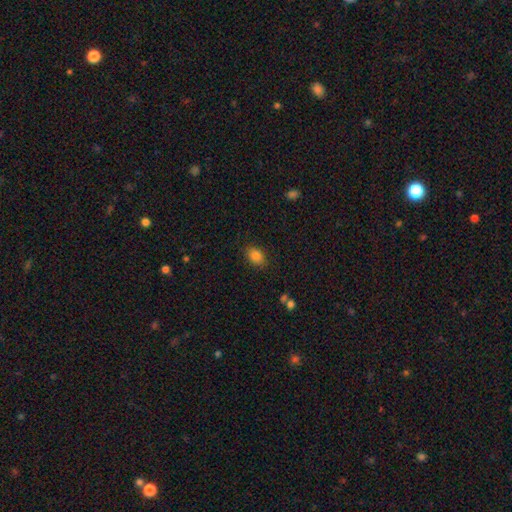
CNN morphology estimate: Smooth or featured? Predicted: smooth (p=0.85). How rounded? Predicted: in between (p=0.74). Merging? Predicted: none (p=0.85).